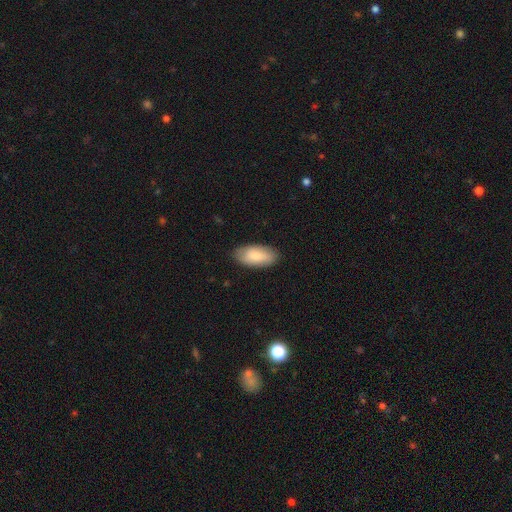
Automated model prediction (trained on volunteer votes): This appears to be a smooth galaxy with no disk features (80%) that is in between round and cigar-shaped (92%). Merging: none (83%).